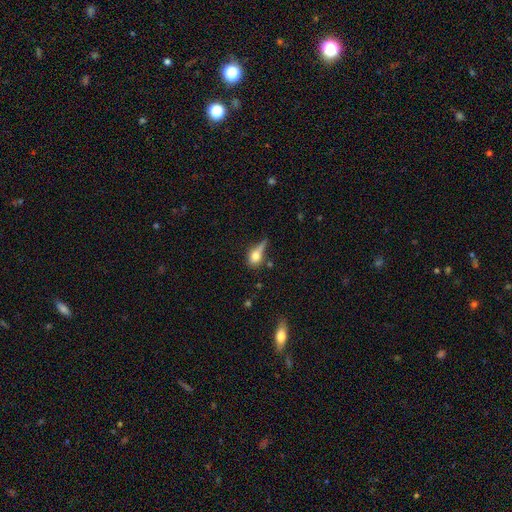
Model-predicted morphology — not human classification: Overall: smooth (64%; featured or disk 25%). How rounded: in between (60%; round 27%). Merging: none (33%; minor disturbance 29%).